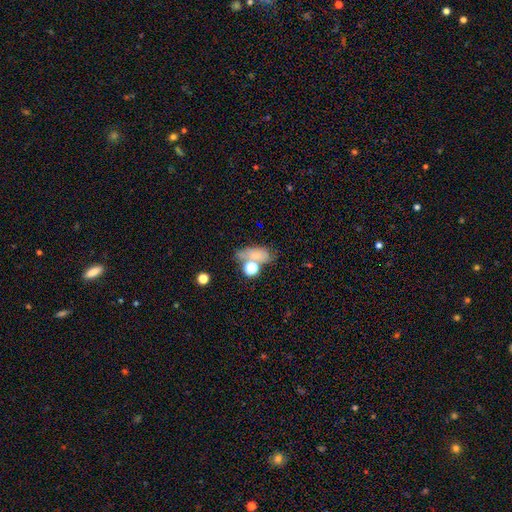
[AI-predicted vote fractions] Morphology: type=smooth (65%); roundness=in between (75%); merging=none (46%).